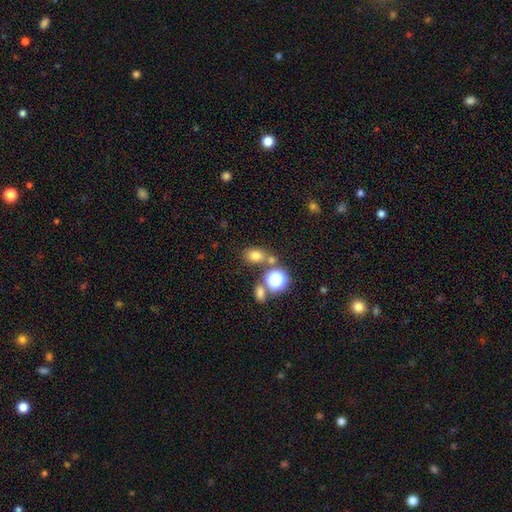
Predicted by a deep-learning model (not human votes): This is likely a smooth galaxy (72%). How rounded: possibly in between (54%). Merging: likely none (63%).